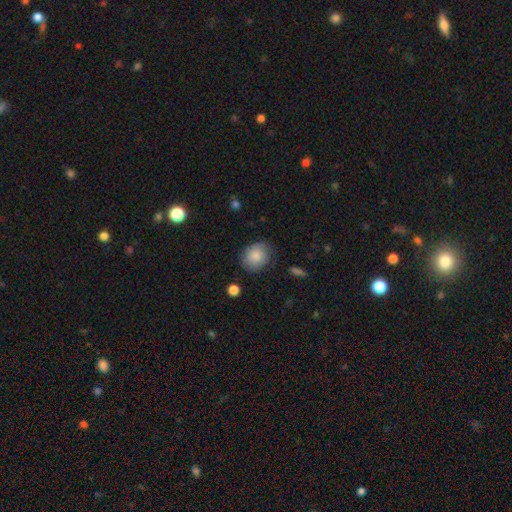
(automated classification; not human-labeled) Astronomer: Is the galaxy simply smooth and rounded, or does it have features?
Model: smooth — 81%.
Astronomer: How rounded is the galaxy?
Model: round — 54% (runner-up: in between, 45%).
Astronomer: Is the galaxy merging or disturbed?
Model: none — 76%.